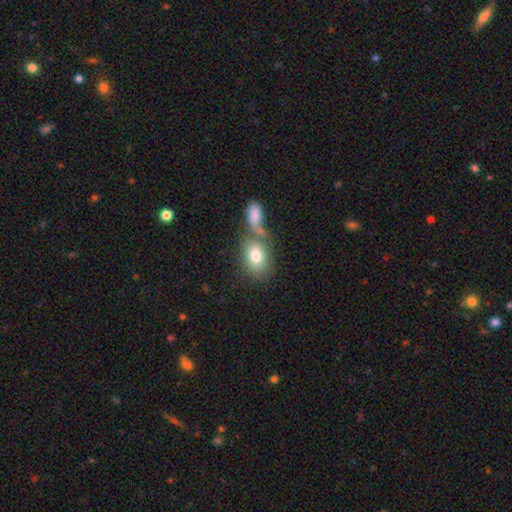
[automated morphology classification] This is likely a smooth galaxy (79%). How rounded: likely in between (78%). Merging: possibly none (46%).